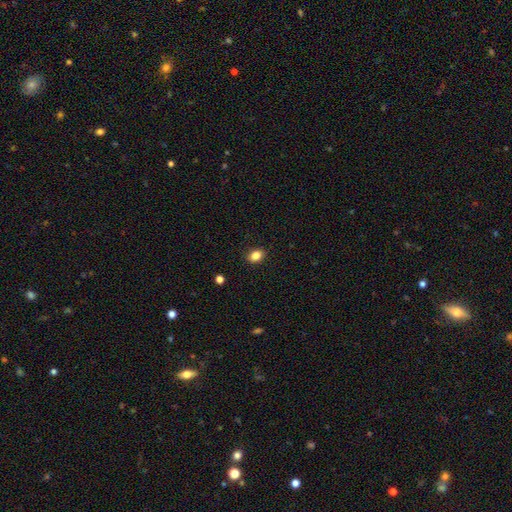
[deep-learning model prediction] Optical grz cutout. It shows a smooth galaxy with no disk features (84%) that is in between round and cigar-shaped (70%). Merging: none (89%).